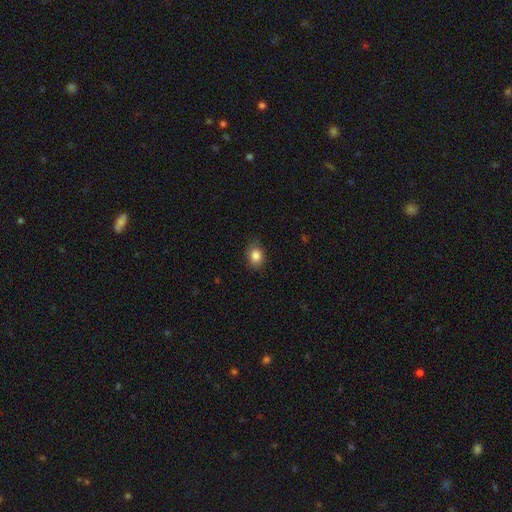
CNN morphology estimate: smooth_or_featured: smooth (p=0.85) [alt: star or artifact p=0.10]
how_rounded: in between (p=0.51) [alt: round p=0.48]
merging: none (p=0.82) [alt: minor disturbance p=0.14]